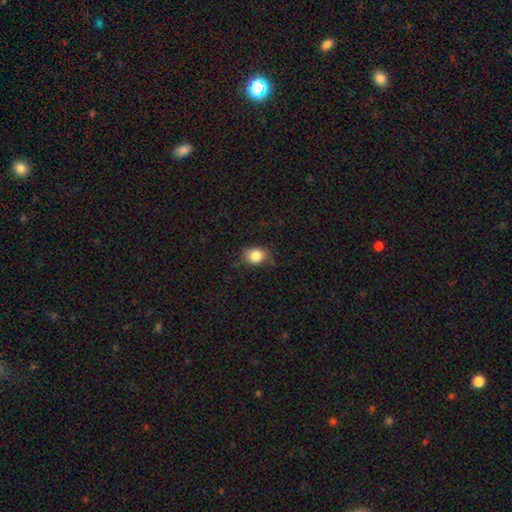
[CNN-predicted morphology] A smooth galaxy with no disk features (85%) that is round (52%).

Vote fractions:
- Smooth or featured? smooth: 85% / star or artifact: 10% / featured or disk: 6%
- How rounded? round: 52% / in between: 47% / cigar-shaped: 1%
- Merging? none: 74% / minor disturbance: 20% / major disturbance: 4% / merger: 1%